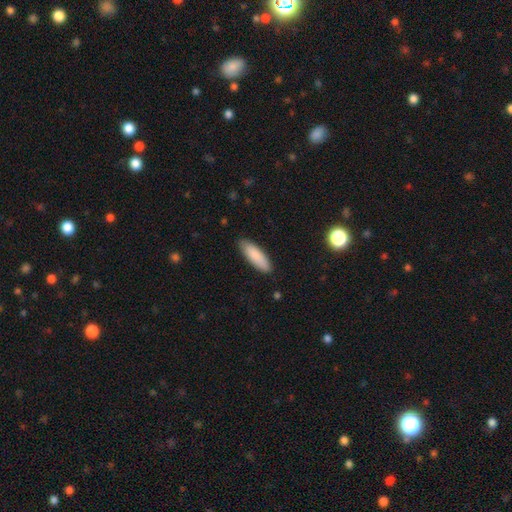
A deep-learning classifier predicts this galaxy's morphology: A smooth galaxy with no disk features (88%) that is in between round and cigar-shaped (60%). Merging: none (86%).